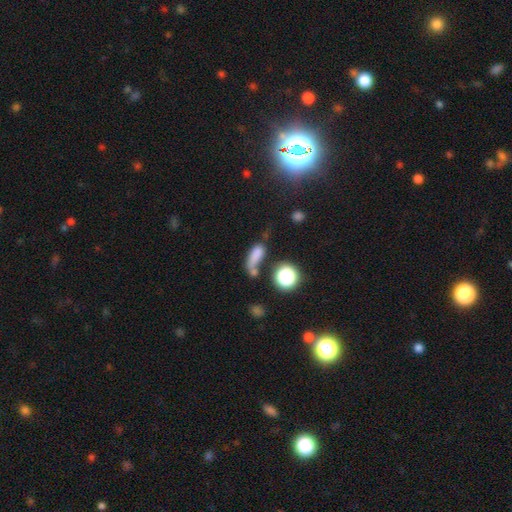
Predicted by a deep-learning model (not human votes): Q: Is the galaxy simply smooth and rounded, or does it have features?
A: smooth — 71%.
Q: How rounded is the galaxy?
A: in between — 66%.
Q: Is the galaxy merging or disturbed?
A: none — 35%.